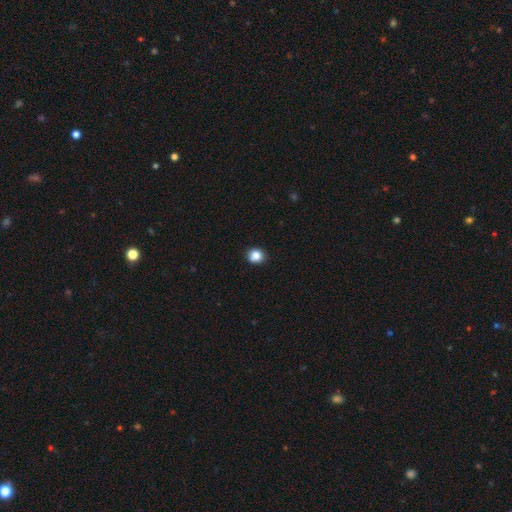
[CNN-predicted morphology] Smooth or featured? Predicted: smooth (p=0.85). How rounded? Predicted: round (p=0.82). Merging? Predicted: none (p=0.86).